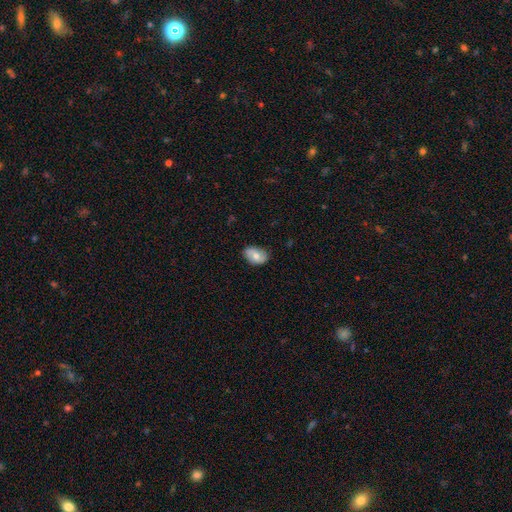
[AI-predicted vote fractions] The model was most divided on "smooth or featured": smooth: 65%, featured or disk: 28%, star or artifact: 7%. More confident: how rounded — in between (85%); merging — none (79%).